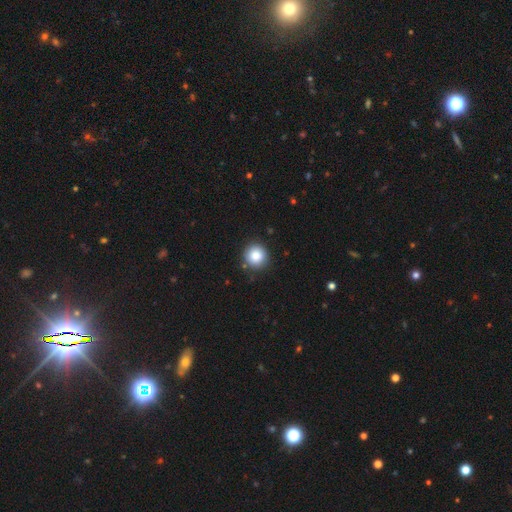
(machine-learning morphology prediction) This is clearly a smooth galaxy (84%). How rounded: clearly round (95%). Merging: clearly none (88%).